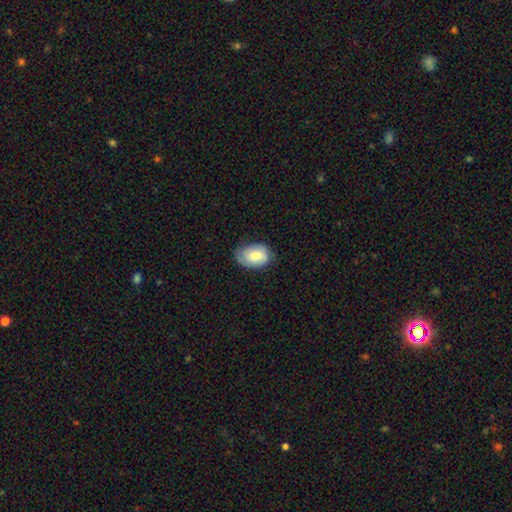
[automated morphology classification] smooth 73%, featured or disk 21%, star or artifact 7%. Down the decision tree: how rounded — in between (84%); merging — none (66%).